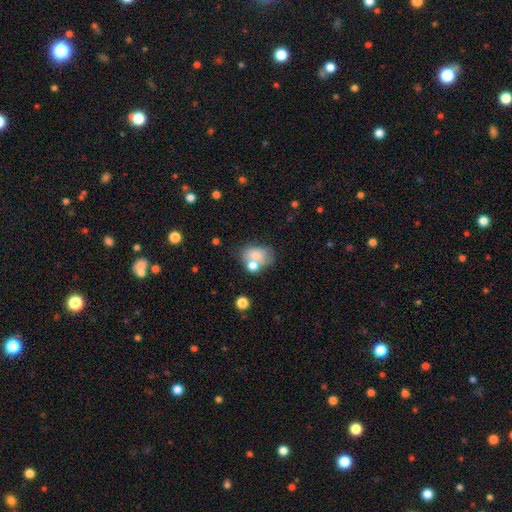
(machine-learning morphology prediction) A smooth galaxy with no disk features (67%) that is in between round and cigar-shaped (71%). Merging: none (39%).